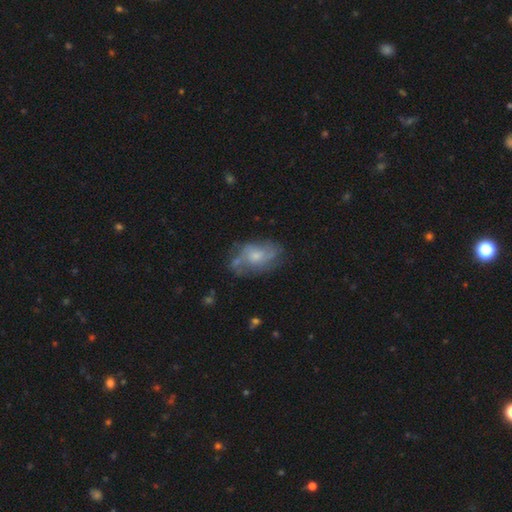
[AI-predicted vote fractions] smooth-or-featured: featured or disk: 56% | smooth: 35% | star or artifact: 9%
  disk-edge-on: no: 95% | yes: 5%
    bar: no: 75% | weak: 22% | strong: 3%
    has-spiral-arms: yes: 65% | no: 35%
    bulge-size: small: 49% | moderate: 38% | none: 7% | large: 4% | dominant: 1%
  merging: none: 54% | minor disturbance: 26% | major disturbance: 14% | merger: 6%